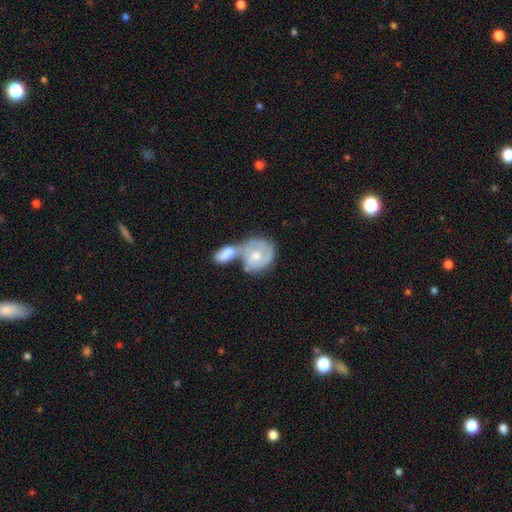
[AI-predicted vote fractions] Smooth or featured?
  - featured or disk: 59% *
  - smooth: 36%
  - star or artifact: 5%
Edge-on disk?
  - no: 96% *
  - yes: 4%
Bar?
  - no: 76% *
  - weak: 20%
  - strong: 4%
Spiral arms?
  - yes: 65% *
  - no: 35%
Bulge size?
  - moderate: 64% *
  - small: 25%
  - large: 7%
  - none: 3%
  - dominant: 1%
Merging?
  - merger: 62% *
  - none: 19%
  - minor disturbance: 10%
  - major disturbance: 8%